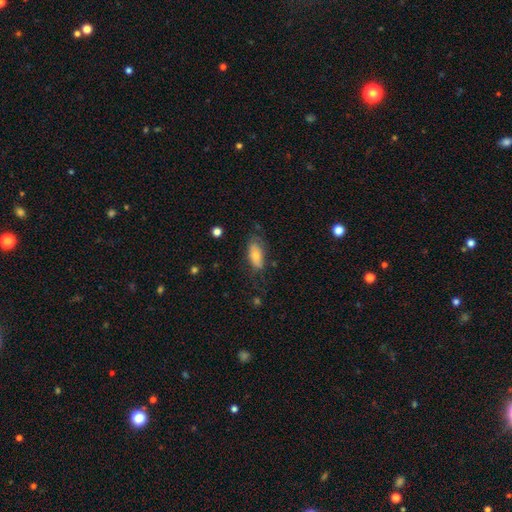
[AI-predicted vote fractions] Morphology: type=smooth (75%); roundness=in between (85%); merging=none (63%).